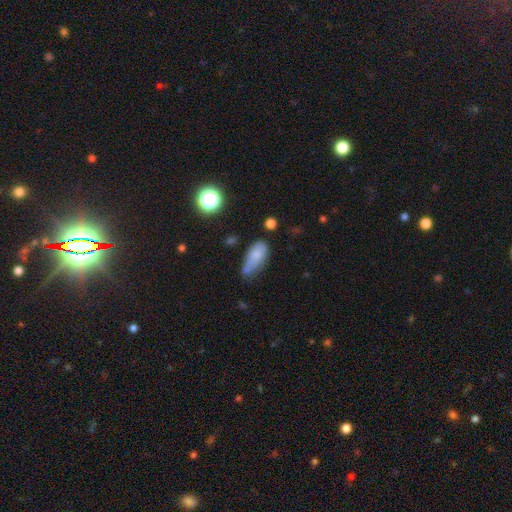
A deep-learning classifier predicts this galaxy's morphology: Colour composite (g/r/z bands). It shows a smooth galaxy with no disk features (75%) that is in between round and cigar-shaped (80%). Merging: minor disturbance (38%).